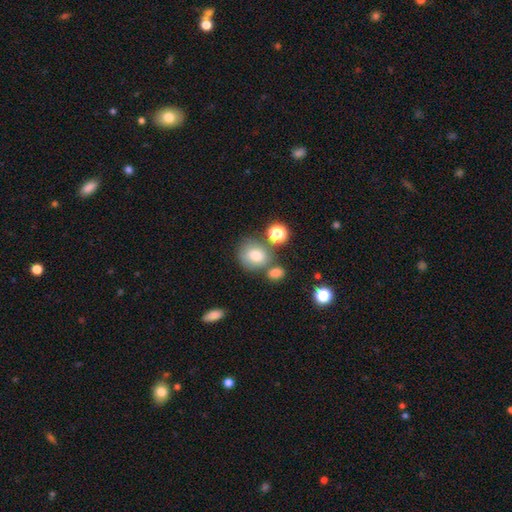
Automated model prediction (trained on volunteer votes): Overall: smooth (75%). How rounded: round (73%). Merging: none (56%; merger 22%).